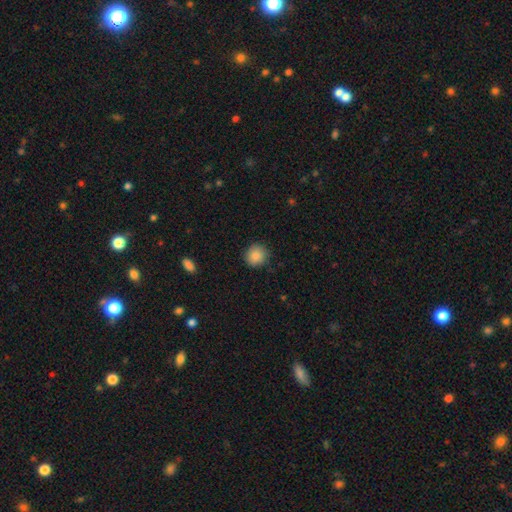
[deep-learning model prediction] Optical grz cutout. It shows a smooth galaxy with no disk features (88%) that is round (90%). Merging: none (88%).